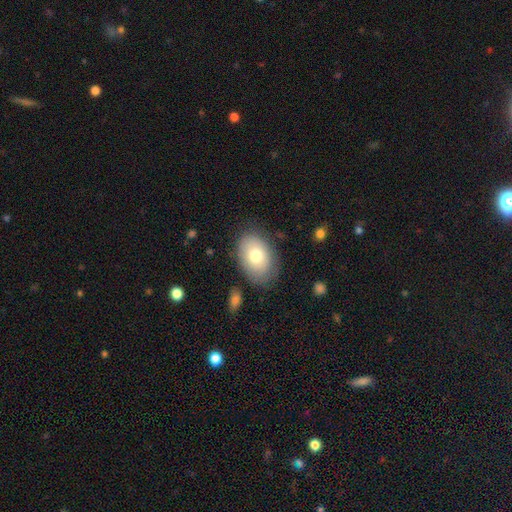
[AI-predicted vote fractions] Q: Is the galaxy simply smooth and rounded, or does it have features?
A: smooth — 75%.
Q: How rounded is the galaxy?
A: in between — 85%.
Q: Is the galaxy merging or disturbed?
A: none — 77%.